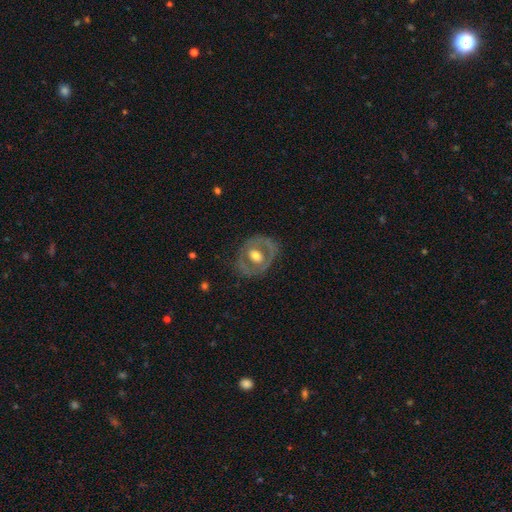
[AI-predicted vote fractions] A featured or disk galaxy (60%) with no bar (70%), no spiral arms (78%) and a moderate central bulge (65%).

Vote fractions:
- Smooth or featured? featured or disk: 60% / smooth: 34% / star or artifact: 6%
- Edge-on disk? no: 95% / yes: 5%
- Bar? no: 70% / weak: 22% / strong: 8%
- Spiral arms? no: 78% / yes: 22%
- Bulge size? moderate: 65% / large: 25% / small: 7% / dominant: 2% / none: 1%
- Merging? none: 71% / minor disturbance: 18% / major disturbance: 9% / merger: 1%